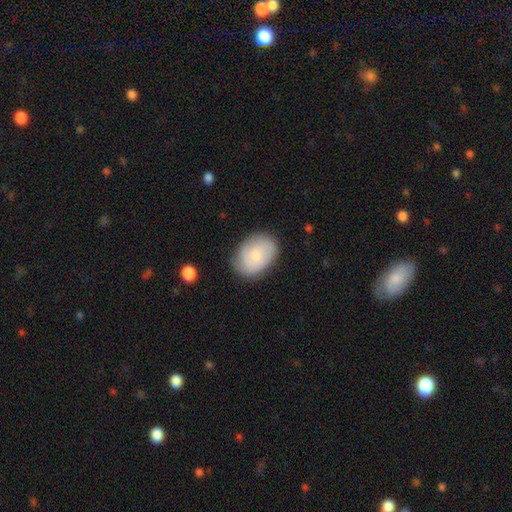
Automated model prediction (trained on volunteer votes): A smooth galaxy with no disk features (60%) that is in between round and cigar-shaped (74%).

Vote fractions:
- Smooth or featured? smooth: 60% / featured or disk: 34% / star or artifact: 7%
- How rounded? in between: 74% / round: 25% / cigar-shaped: 1%
- Merging? none: 75% / minor disturbance: 19% / major disturbance: 5% / merger: 1%